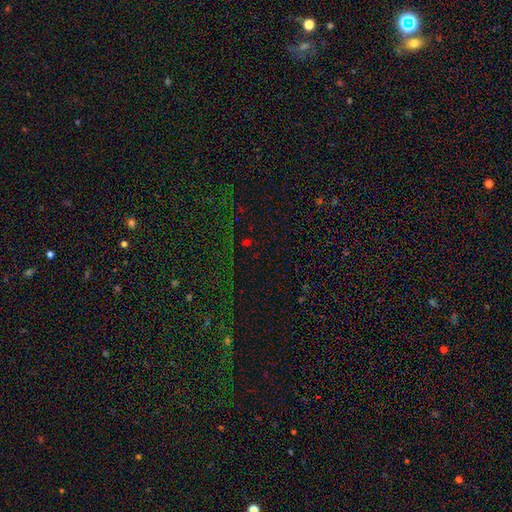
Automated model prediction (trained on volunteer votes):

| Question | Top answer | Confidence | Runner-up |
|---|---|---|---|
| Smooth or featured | star or artifact | 65% | smooth (27%) |